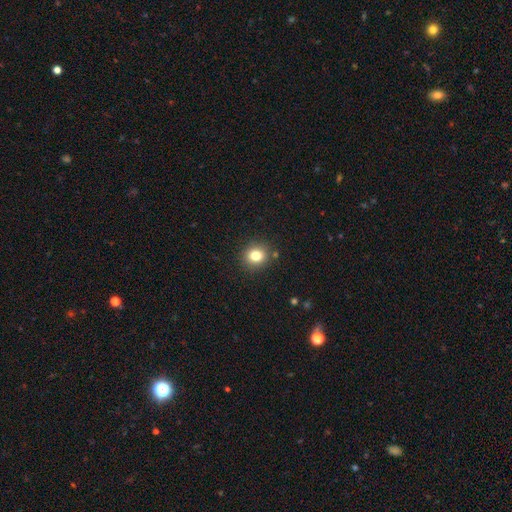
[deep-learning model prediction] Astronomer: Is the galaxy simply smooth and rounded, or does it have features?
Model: smooth — 80%.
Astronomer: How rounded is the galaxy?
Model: round — 80%.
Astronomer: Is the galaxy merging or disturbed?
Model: none — 87%.